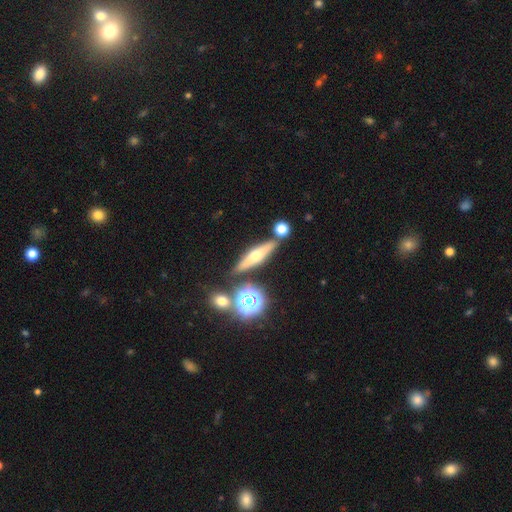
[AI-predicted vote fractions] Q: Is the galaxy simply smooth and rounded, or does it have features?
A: featured or disk — 52%.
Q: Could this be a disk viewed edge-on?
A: yes — 88%.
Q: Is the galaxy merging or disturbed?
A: none — 79%.